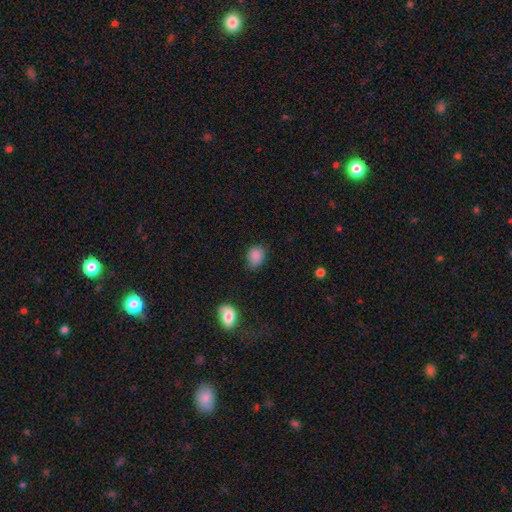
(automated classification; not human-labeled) This is clearly a smooth galaxy (86%). How rounded: possibly in between (50%). Merging: likely none (72%).